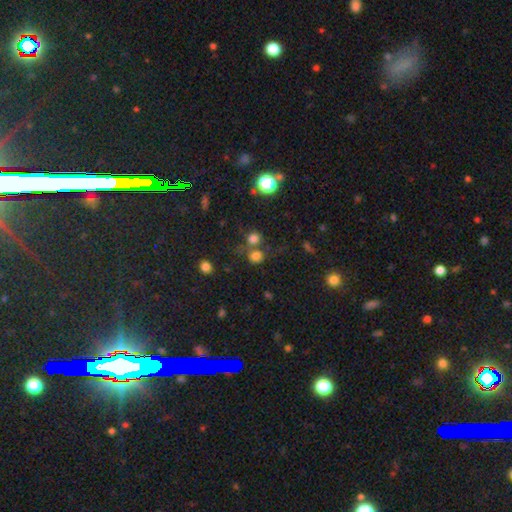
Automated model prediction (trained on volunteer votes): This is likely a smooth galaxy (73%). How rounded: likely round (79%). Merging: possibly none (52%).